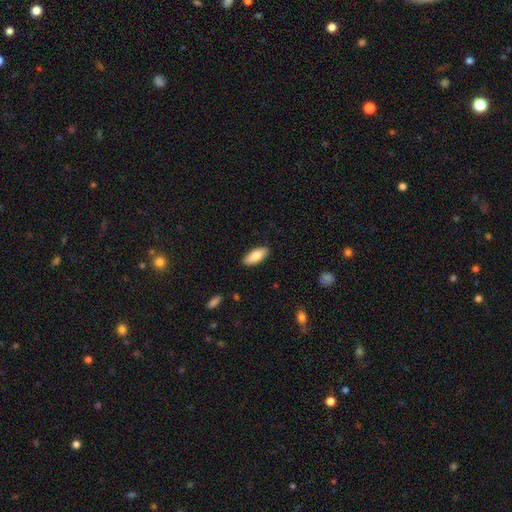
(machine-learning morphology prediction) Smooth or featured? smooth (82%)
How rounded? in between (81%)
Merging? none (89%)